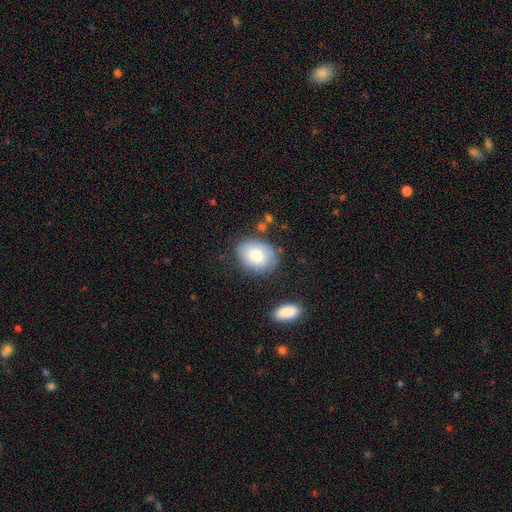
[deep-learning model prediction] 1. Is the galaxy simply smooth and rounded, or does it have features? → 69% smooth, 23% featured or disk, 8% star or artifact.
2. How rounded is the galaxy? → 63% in between, 36% round, 1% cigar-shaped.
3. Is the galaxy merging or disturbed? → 73% none, 19% minor disturbance, 5% major disturbance, 4% merger.